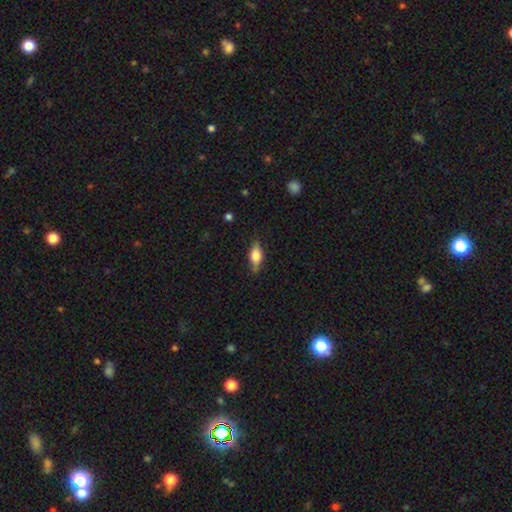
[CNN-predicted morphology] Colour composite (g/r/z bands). It shows a smooth galaxy with no disk features (68%) that is in between round and cigar-shaped (78%). Merging: none (77%).